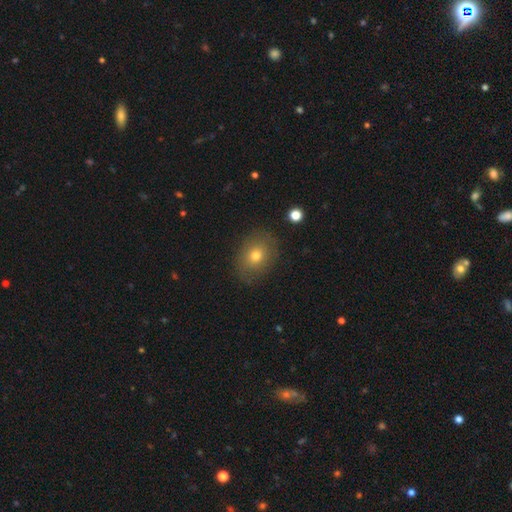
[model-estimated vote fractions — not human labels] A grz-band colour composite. It shows a smooth galaxy with no disk features (70%) that is in between round and cigar-shaped (52%). Merging: none (83%).